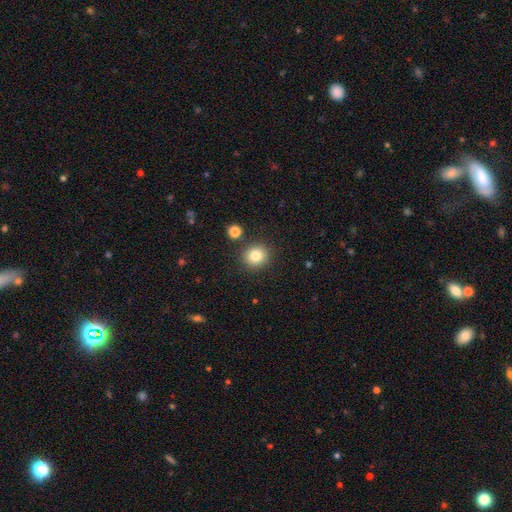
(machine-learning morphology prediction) smooth_or_featured: smooth (p=0.81) [alt: star or artifact p=0.11]
how_rounded: round (p=0.89) [alt: in between p=0.10]
merging: none (p=0.87) [alt: minor disturbance p=0.07]